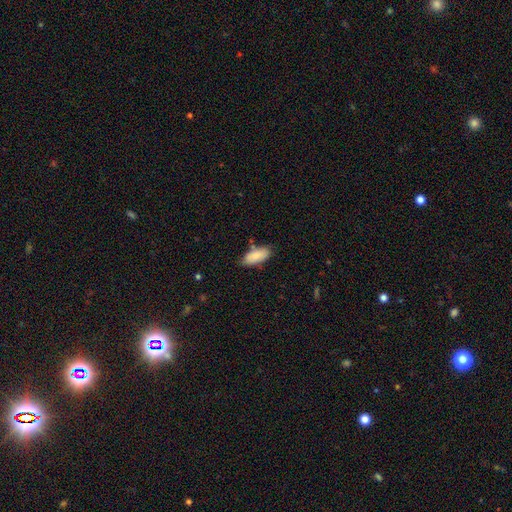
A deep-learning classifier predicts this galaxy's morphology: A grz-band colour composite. It shows a smooth galaxy with no disk features (85%) that is in between round and cigar-shaped (85%). Merging: none (75%).